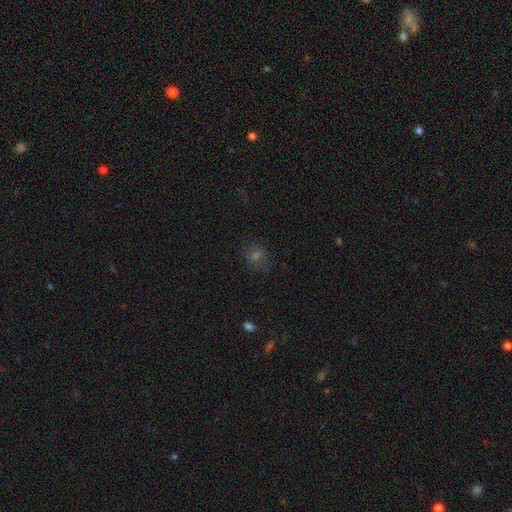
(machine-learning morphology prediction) Smooth or featured? Predicted: smooth (p=0.56). How rounded? Predicted: round (p=0.67). Merging? Predicted: none (p=0.79).